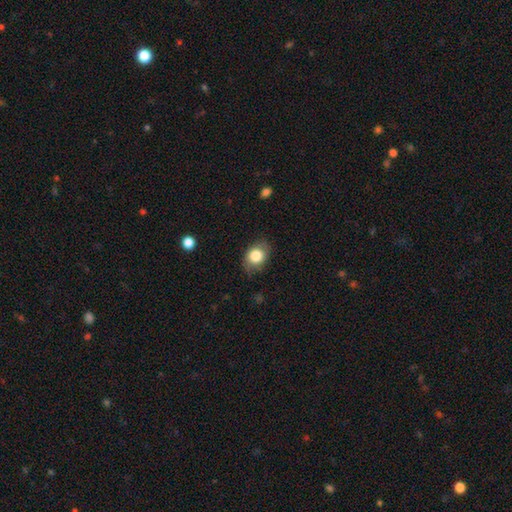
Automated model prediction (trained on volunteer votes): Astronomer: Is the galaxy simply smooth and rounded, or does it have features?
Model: smooth — 81%.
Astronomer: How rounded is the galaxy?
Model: in between — 61% (runner-up: round, 38%).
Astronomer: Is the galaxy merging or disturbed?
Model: none — 75%.